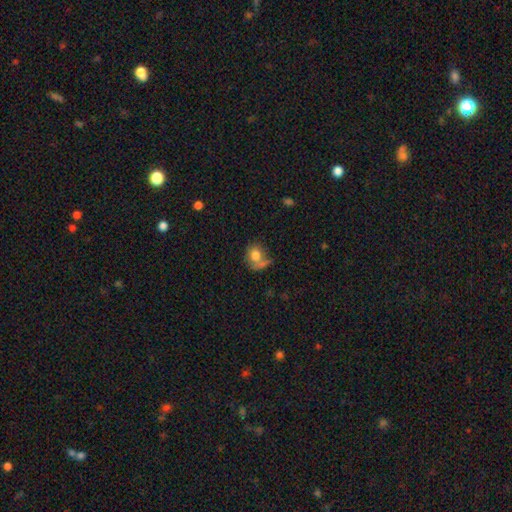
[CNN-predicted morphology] Smooth or featured: smooth — 74% (featured or disk — 17%)
How rounded: round — 60% (in between — 39%)
Merging: none — 43% (minor disturbance — 21%)